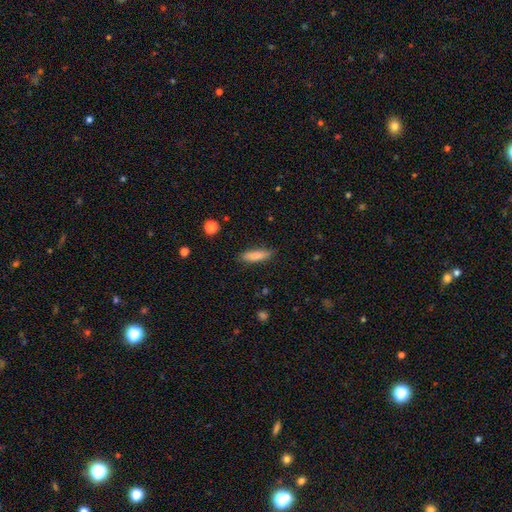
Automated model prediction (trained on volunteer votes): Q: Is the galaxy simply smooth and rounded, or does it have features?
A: smooth — 84%.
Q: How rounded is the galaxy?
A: cigar-shaped — 61%.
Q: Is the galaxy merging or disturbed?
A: none — 83%.